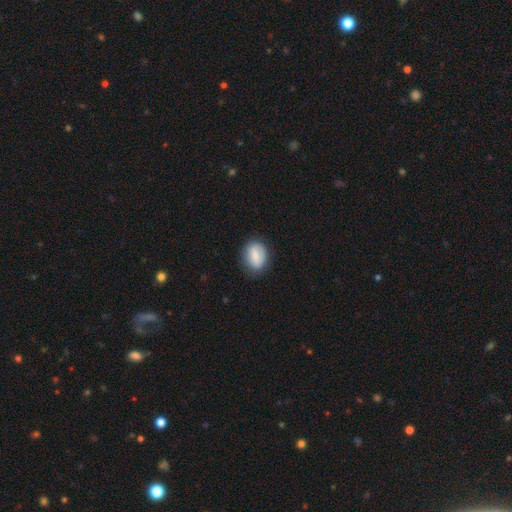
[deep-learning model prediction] A smooth galaxy with no disk features (76%) that is in between round and cigar-shaped (69%).

Vote fractions:
- Smooth or featured? smooth: 76% / featured or disk: 17% / star or artifact: 7%
- How rounded? in between: 69% / round: 29% / cigar-shaped: 2%
- Merging? none: 80% / minor disturbance: 15% / major disturbance: 4% / merger: 1%